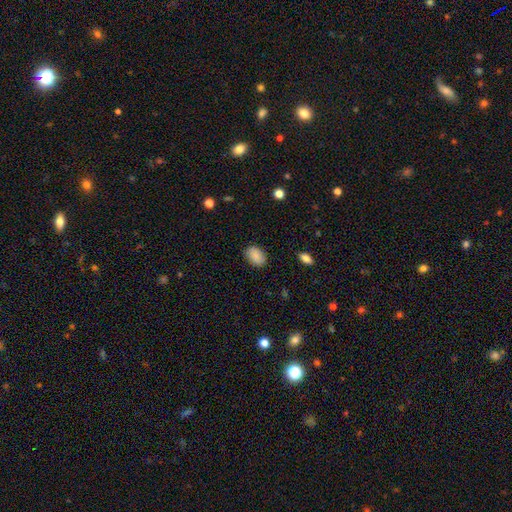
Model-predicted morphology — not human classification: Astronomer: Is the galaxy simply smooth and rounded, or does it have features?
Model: smooth — 88%.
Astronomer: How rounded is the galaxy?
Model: in between — 86%.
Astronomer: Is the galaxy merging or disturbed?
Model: none — 85%.